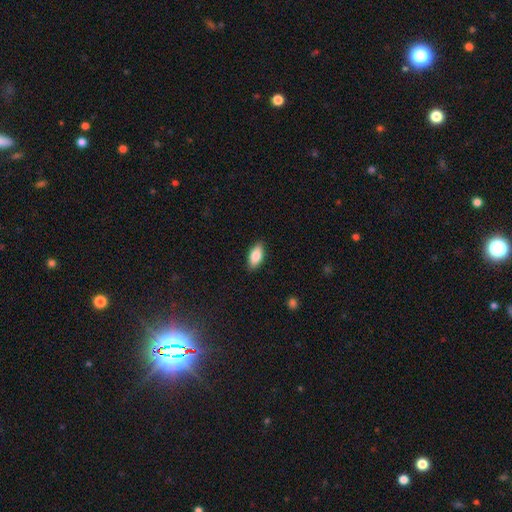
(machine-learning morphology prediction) This is clearly a smooth galaxy (83%). How rounded: clearly in between (86%). Merging: clearly none (88%).